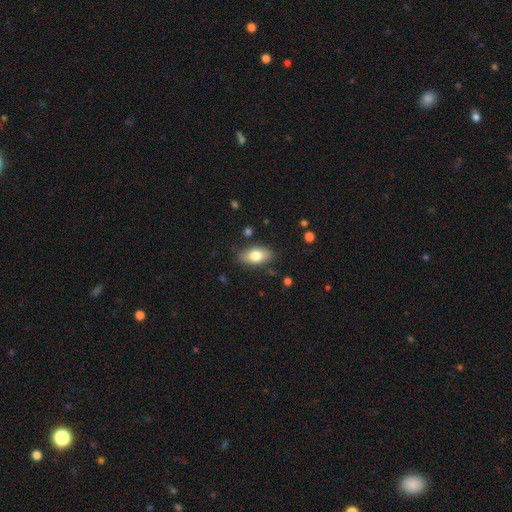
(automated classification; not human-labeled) This appears to be a smooth galaxy with no disk features (77%) that is in between round and cigar-shaped (91%). Merging: none (83%).